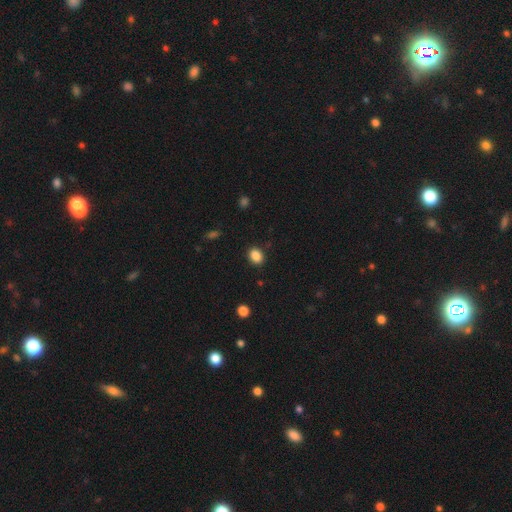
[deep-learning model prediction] Smooth or featured: smooth — 87% (star or artifact — 10%)
How rounded: in between — 64% (round — 35%)
Merging: none — 87% (minor disturbance — 9%)